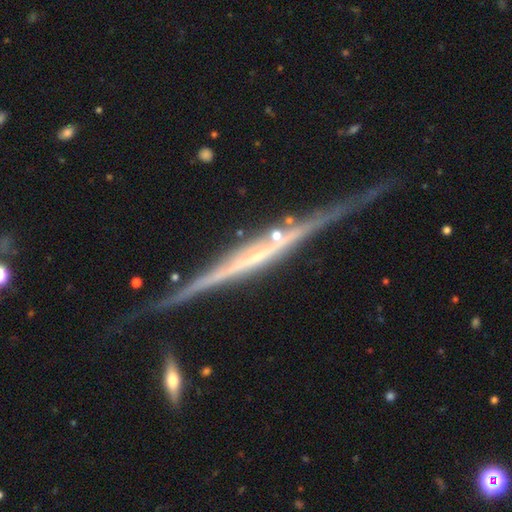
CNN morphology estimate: A featured or disk galaxy (85%) viewed edge-on (97%) with no central bulge (51%).

Vote fractions:
- Smooth or featured? featured or disk: 85% / smooth: 8% / star or artifact: 6%
- Edge-on disk? yes: 97% / no: 3%
- Edge-on bulge? none: 51% / rounded: 28% / boxy: 21%
- Merging? none: 78% / minor disturbance: 15% / major disturbance: 4% / merger: 3%